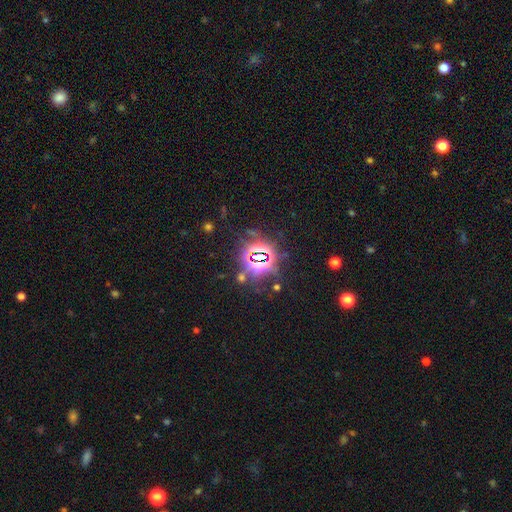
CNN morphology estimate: A star or artifact, not a galaxy (82%).